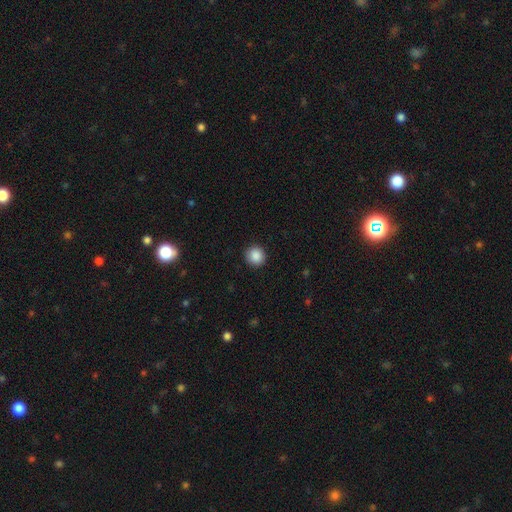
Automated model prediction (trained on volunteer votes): Smooth or featured: smooth — 88% (star or artifact — 9%)
How rounded: round — 92% (in between — 7%)
Merging: none — 92% (minor disturbance — 6%)